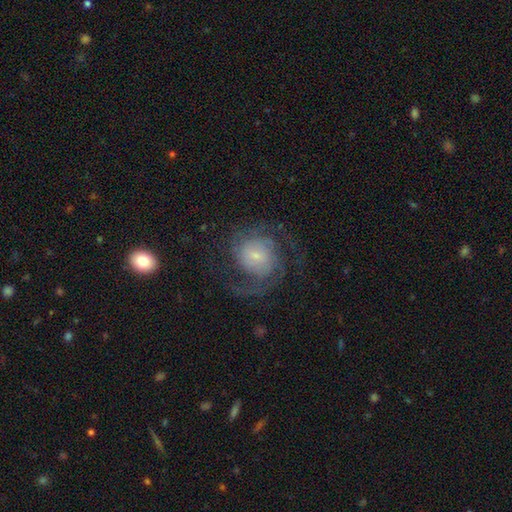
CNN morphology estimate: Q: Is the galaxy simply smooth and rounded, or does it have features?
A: featured or disk — 78%.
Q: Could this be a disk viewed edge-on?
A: no — 98%.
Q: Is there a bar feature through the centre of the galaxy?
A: no — 52%.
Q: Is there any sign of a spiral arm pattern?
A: yes — 94%.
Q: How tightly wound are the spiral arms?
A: medium — 47%.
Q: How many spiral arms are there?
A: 2 — 55%.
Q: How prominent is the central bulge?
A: small — 69%.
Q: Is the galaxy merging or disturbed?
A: none — 65%.